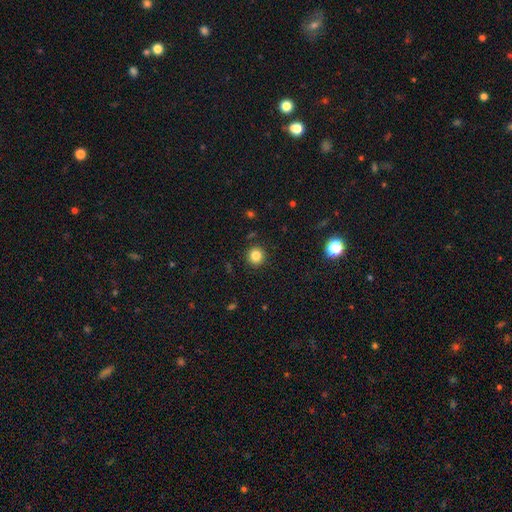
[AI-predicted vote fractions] Smooth or featured? Predicted: smooth (p=0.83). How rounded? Predicted: round (p=0.94). Merging? Predicted: none (p=0.92).